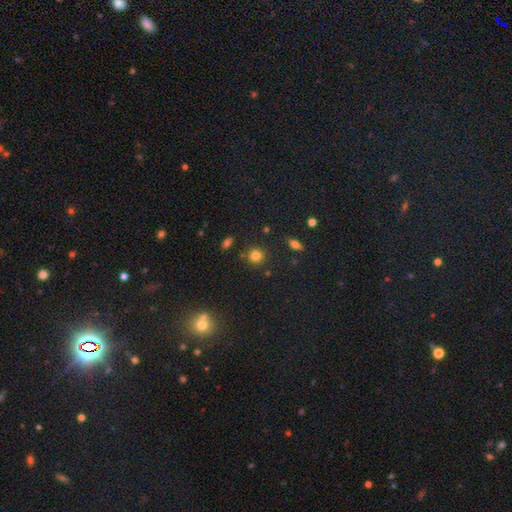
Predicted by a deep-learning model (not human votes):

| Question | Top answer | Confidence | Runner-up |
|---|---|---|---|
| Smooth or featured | smooth | 79% | star or artifact (14%) |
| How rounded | round | 90% | in between (9%) |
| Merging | none | 85% | minor disturbance (8%) |